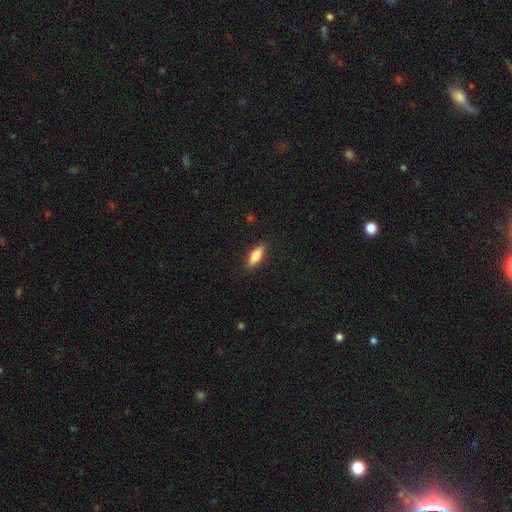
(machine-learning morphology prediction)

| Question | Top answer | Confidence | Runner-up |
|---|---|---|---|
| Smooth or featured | smooth | 75% | featured or disk (19%) |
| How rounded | in between | 60% | cigar-shaped (38%) |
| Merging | none | 88% | minor disturbance (9%) |